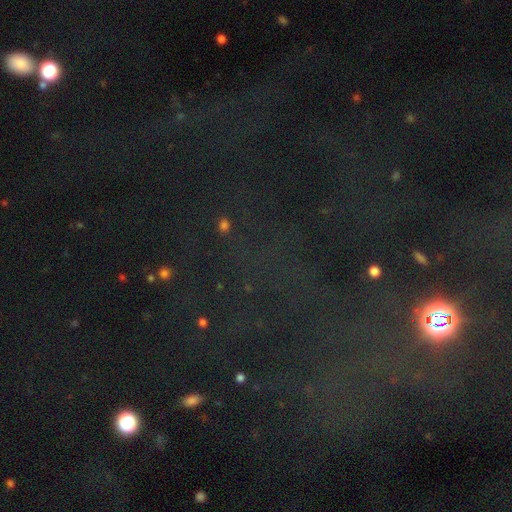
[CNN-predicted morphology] Smooth or featured?
  - star or artifact: 73% *
  - smooth: 16%
  - featured or disk: 11%